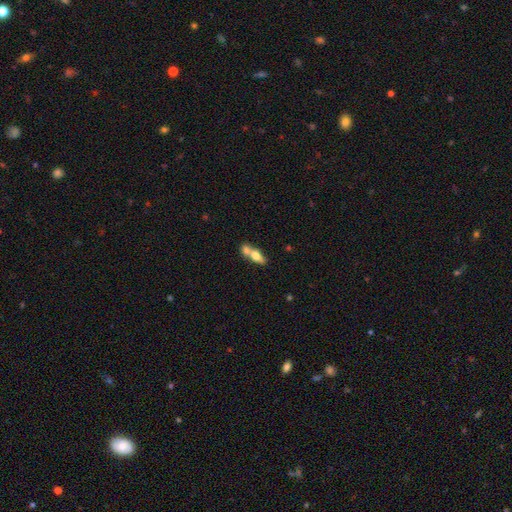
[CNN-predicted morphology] This is likely a smooth galaxy (60%). How rounded: likely in between (67%). Merging: possibly merger (59%).